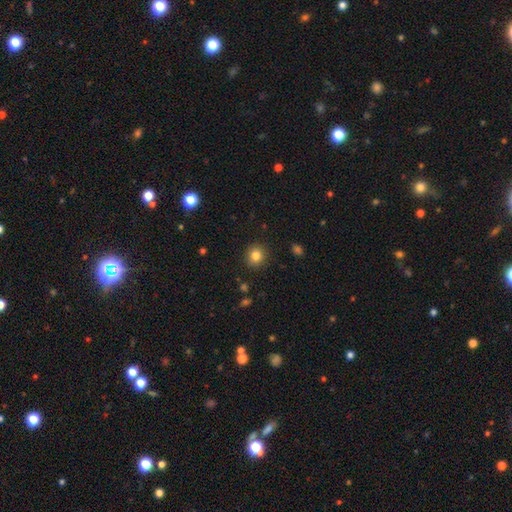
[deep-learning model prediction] A smooth galaxy with no disk features (82%) that is round (84%). Merging: none (90%).